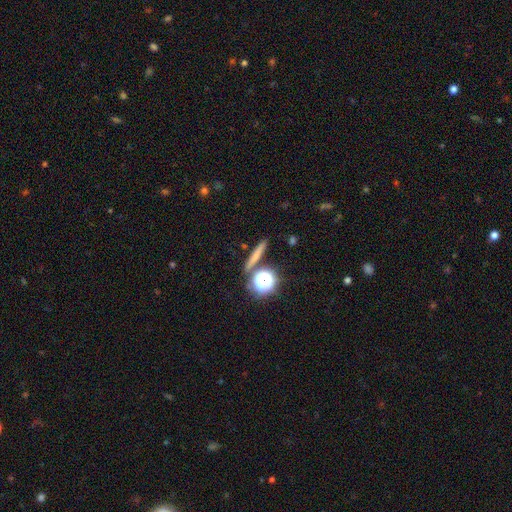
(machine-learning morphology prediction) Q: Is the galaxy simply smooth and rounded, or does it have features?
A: smooth — 62%.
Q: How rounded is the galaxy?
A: cigar-shaped — 65%.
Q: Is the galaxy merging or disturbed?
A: none — 83%.